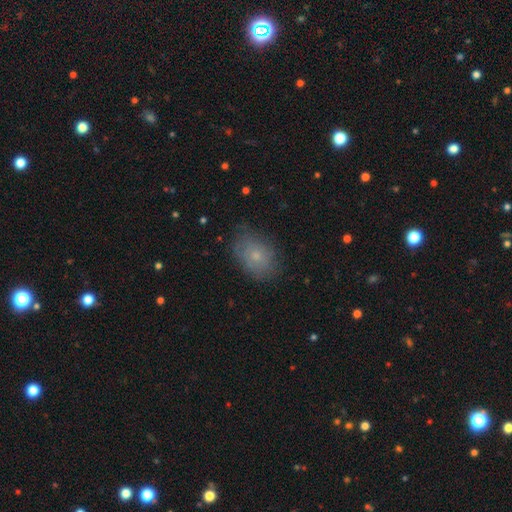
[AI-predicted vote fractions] Smooth or featured? Predicted: smooth (p=0.69). How rounded? Predicted: in between (p=0.77). Merging? Predicted: none (p=0.73).